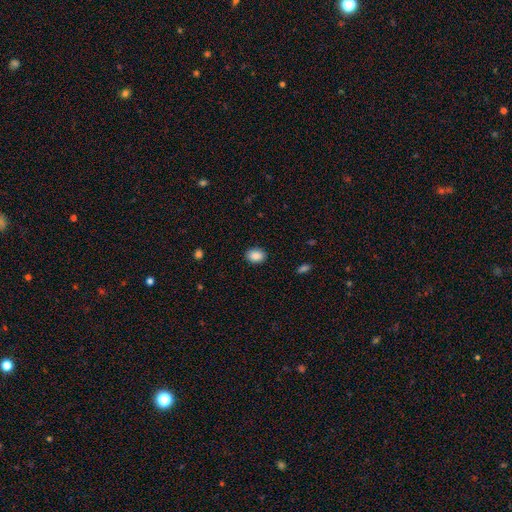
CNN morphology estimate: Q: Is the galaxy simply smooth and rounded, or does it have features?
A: smooth — 88%.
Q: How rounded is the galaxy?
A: in between — 66%.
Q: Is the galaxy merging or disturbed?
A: none — 88%.